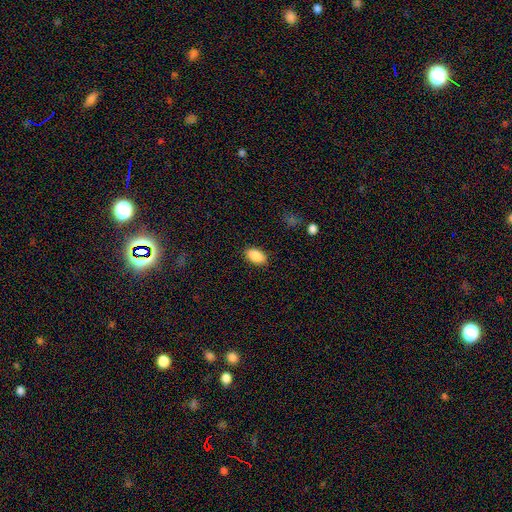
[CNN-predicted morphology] A smooth galaxy with no disk features (89%) that is in between round and cigar-shaped (93%).

Vote fractions:
- Smooth or featured? smooth: 89% / star or artifact: 7% / featured or disk: 4%
- How rounded? in between: 93% / round: 6% / cigar-shaped: 2%
- Merging? none: 87% / minor disturbance: 9% / major disturbance: 2% / merger: 1%